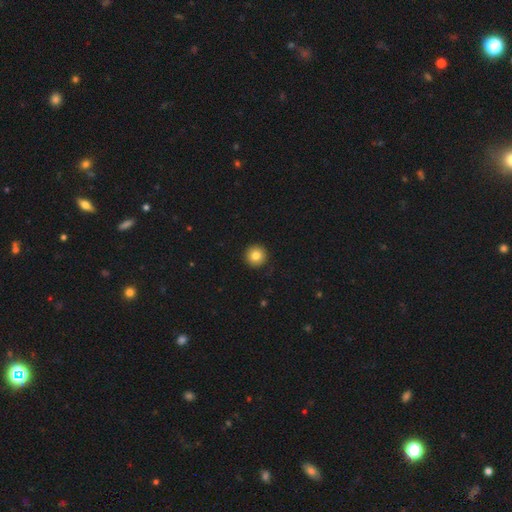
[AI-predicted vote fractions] smooth-or-featured: smooth: 83% | star or artifact: 9% | featured or disk: 7%
  how-rounded: round: 96% | in between: 3% | cigar-shaped: 1%
  merging: none: 92% | minor disturbance: 5% | major disturbance: 2% | merger: 1%